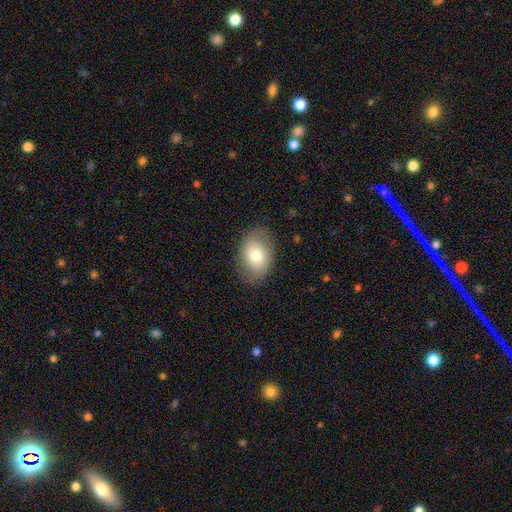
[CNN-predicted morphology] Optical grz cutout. It shows a smooth galaxy with no disk features (73%) that is in between round and cigar-shaped (80%). Merging: none (81%).